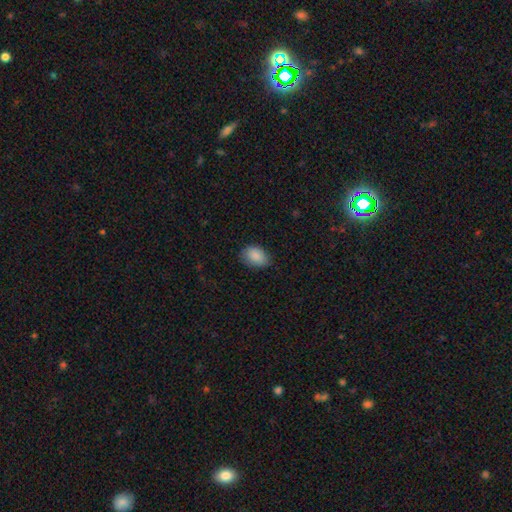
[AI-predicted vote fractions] Smooth or featured? Predicted: smooth (p=0.88). How rounded? Predicted: in between (p=0.83). Merging? Predicted: none (p=0.73).